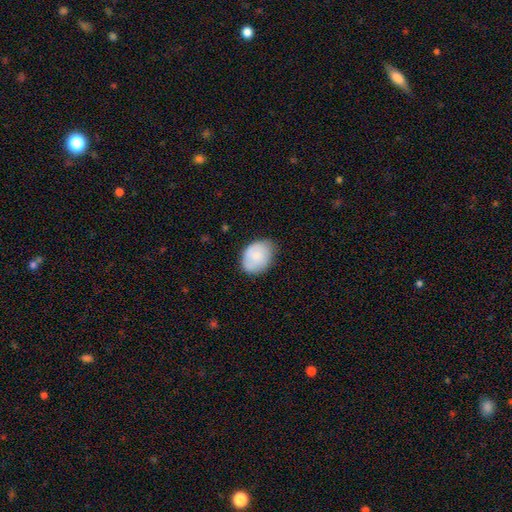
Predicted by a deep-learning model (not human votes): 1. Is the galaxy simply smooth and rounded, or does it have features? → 72% smooth, 22% featured or disk, 6% star or artifact.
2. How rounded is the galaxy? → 62% in between, 38% round, 1% cigar-shaped.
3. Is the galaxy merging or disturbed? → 68% none, 25% minor disturbance, 5% major disturbance, 1% merger.